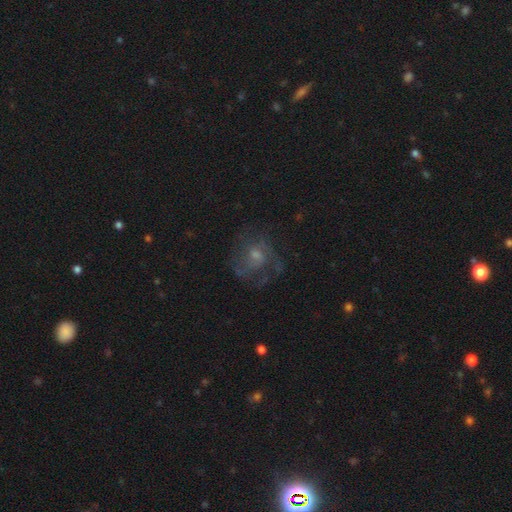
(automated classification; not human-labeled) This is likely a featured or disk galaxy (63%). It is clearly not viewed edge-on (98%). Bar: likely no (68%). Spiral arm pattern: likely yes (76%). Central bulge: marginally small (43%). Merging: possibly none (58%).